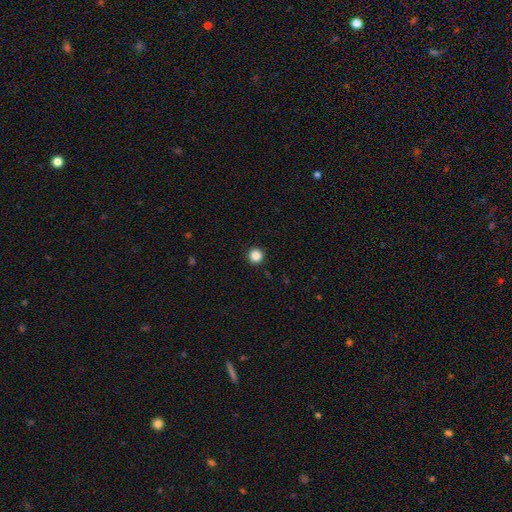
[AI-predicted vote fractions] The model was most divided on "smooth or featured": smooth: 86%, star or artifact: 11%, featured or disk: 3%. More confident: how rounded — round (96%); merging — none (93%).